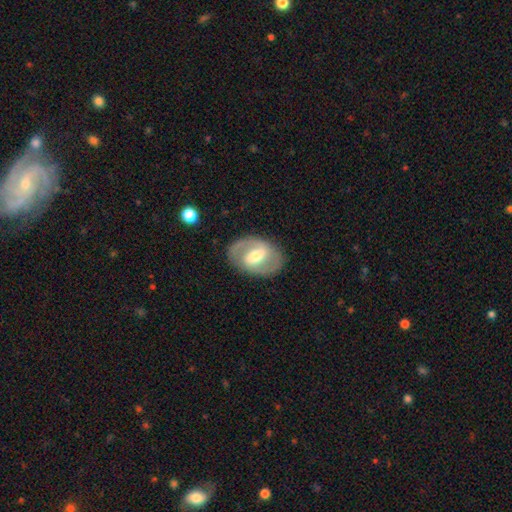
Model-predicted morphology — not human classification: smooth-or-featured: featured or disk: 76% | smooth: 19% | star or artifact: 5%
  disk-edge-on: no: 96% | yes: 4%
    bar: weak: 43% | strong: 42% | no: 15%
    has-spiral-arms: yes: 77% | no: 23%
      spiral-winding: medium: 50% | tight: 30% | loose: 20%
      spiral-arm-count: 2: 86% | can't tell: 7% | 1: 3% | 3: 1% | 4: 1% | more than 4: 1%
    bulge-size: moderate: 63% | small: 26% | large: 9% | none: 1% | dominant: 1%
  merging: none: 85% | minor disturbance: 10% | major disturbance: 4% | merger: 1%